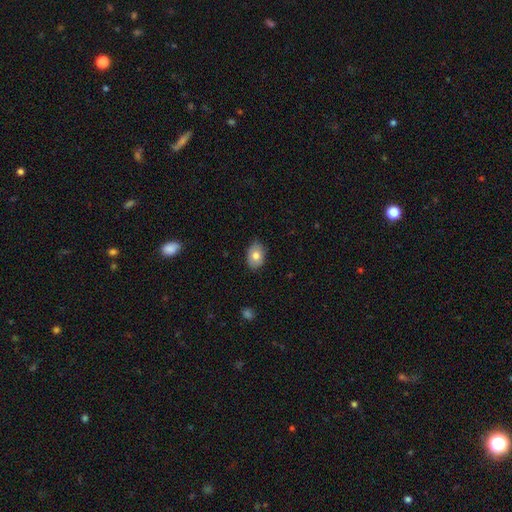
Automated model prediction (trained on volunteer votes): The model was most divided on "how rounded": in between: 80%, round: 19%, cigar-shaped: 1%. More confident: merging — none (84%); smooth or featured — smooth (79%).